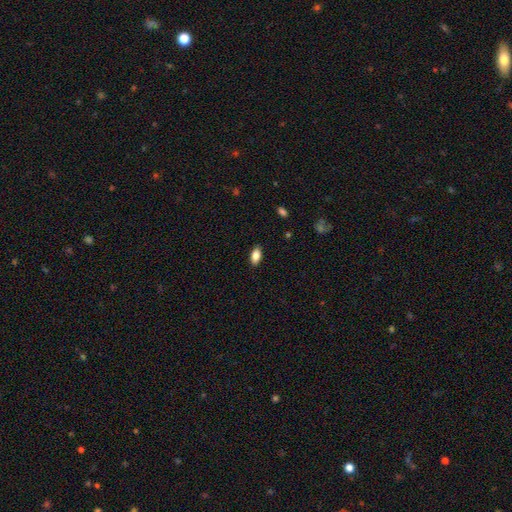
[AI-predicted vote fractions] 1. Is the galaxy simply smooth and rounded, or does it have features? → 82% smooth, 11% featured or disk, 7% star or artifact.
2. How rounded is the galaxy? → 90% in between, 7% cigar-shaped, 3% round.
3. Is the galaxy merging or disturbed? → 88% none, 9% minor disturbance, 2% major disturbance, 1% merger.